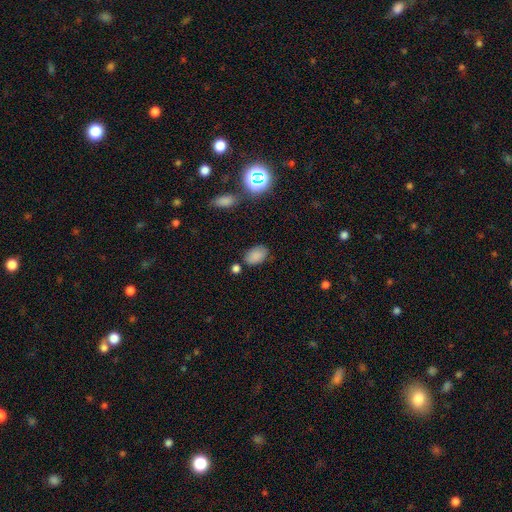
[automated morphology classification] This appears to be a smooth galaxy with no disk features (83%) that is in between round and cigar-shaped (88%). Merging: none (74%).